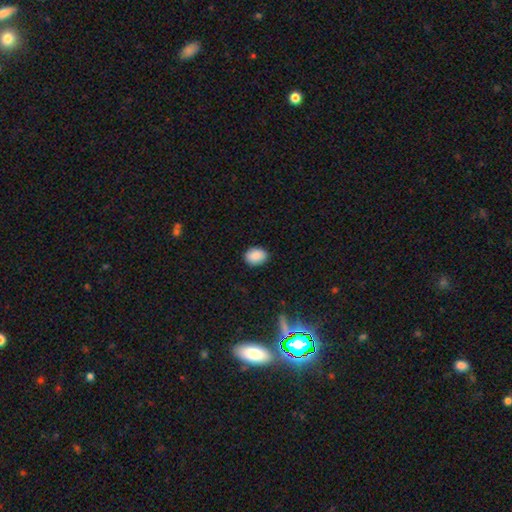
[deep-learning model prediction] Overall: smooth (89%). How rounded: in between (72%). Merging: none (87%).